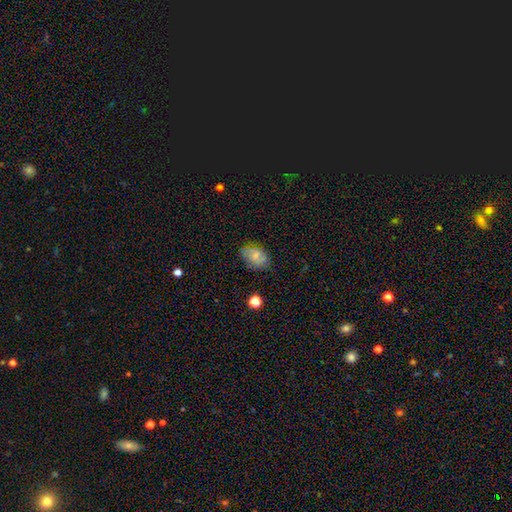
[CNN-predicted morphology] A smooth galaxy with no disk features (59%) that is in between round and cigar-shaped (85%).

Vote fractions:
- Smooth or featured? smooth: 59% / featured or disk: 32% / star or artifact: 9%
- How rounded? in between: 85% / round: 14% / cigar-shaped: 2%
- Merging? none: 70% / minor disturbance: 22% / major disturbance: 6% / merger: 2%